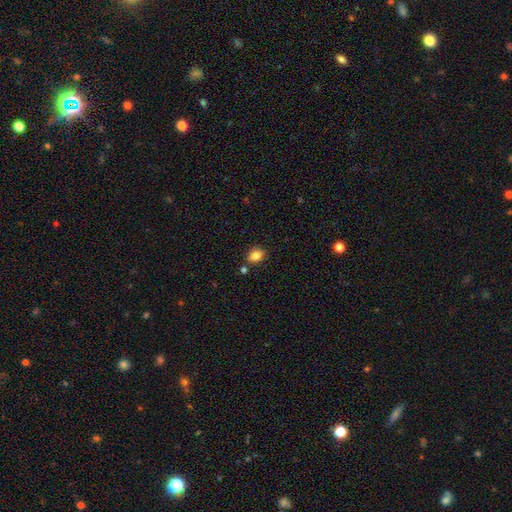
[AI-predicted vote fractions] Q: Smooth or featured?
A: smooth (83%); runner-up: star or artifact (10%)
Q: How rounded?
A: in between (70%); runner-up: round (28%)
Q: Merging?
A: none (78%); runner-up: minor disturbance (12%)